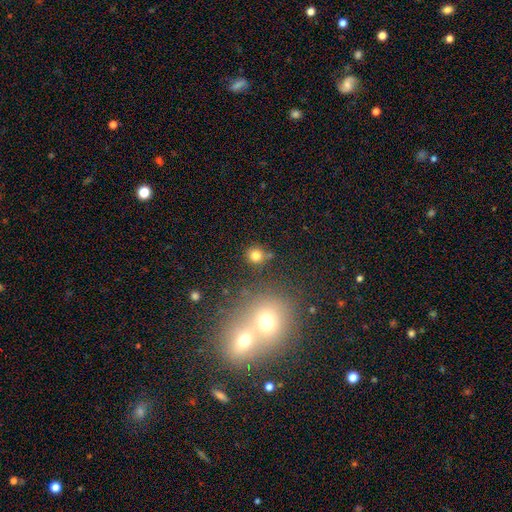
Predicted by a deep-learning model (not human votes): smooth 78%, star or artifact 16%, featured or disk 7%. Down the decision tree: how rounded — round (88%); merging — none (76%).